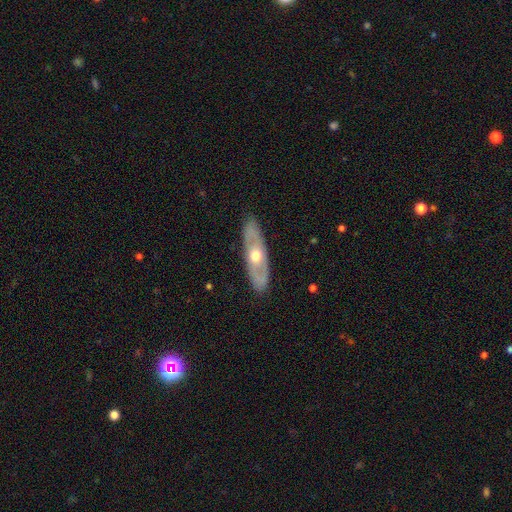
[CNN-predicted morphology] Smooth or featured?
  - featured or disk: 59% *
  - smooth: 36%
  - star or artifact: 5%
Edge-on disk?
  - no: 62% *
  - yes: 38%
Merging?
  - none: 86% *
  - minor disturbance: 10%
  - major disturbance: 2%
  - merger: 1%